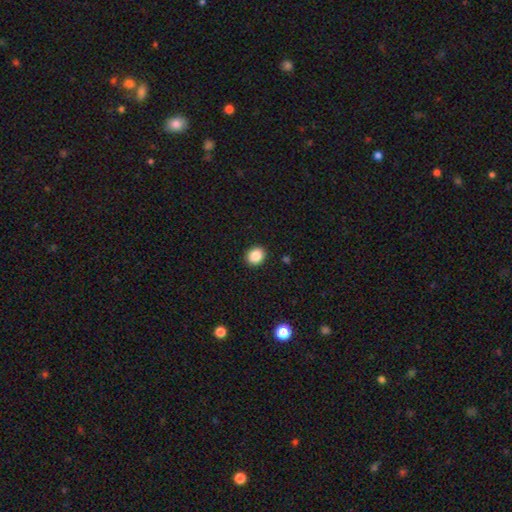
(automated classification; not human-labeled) This is clearly a smooth galaxy (87%). How rounded: likely round (68%). Merging: clearly none (92%).